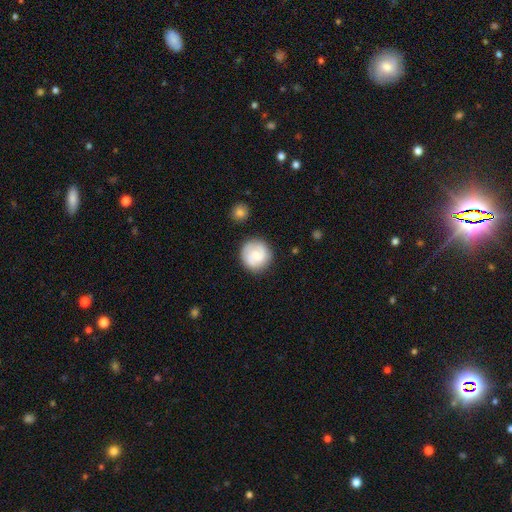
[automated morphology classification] type=smooth (48%); merging=none (82%).